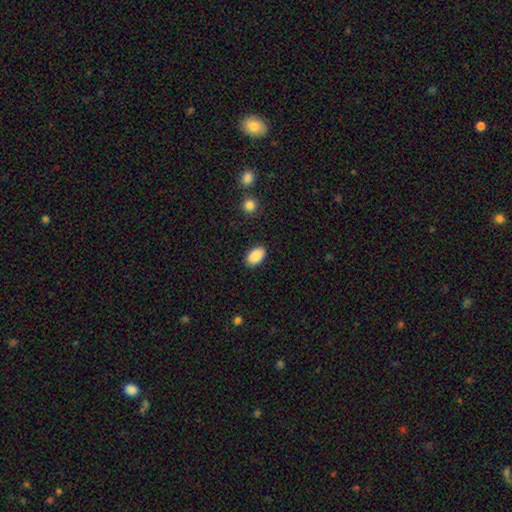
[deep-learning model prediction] Smooth or featured?
  - smooth: 90% *
  - star or artifact: 7%
  - featured or disk: 3%
How rounded?
  - in between: 92% *
  - round: 7%
  - cigar-shaped: 1%
Merging?
  - none: 88% *
  - minor disturbance: 8%
  - major disturbance: 2%
  - merger: 1%